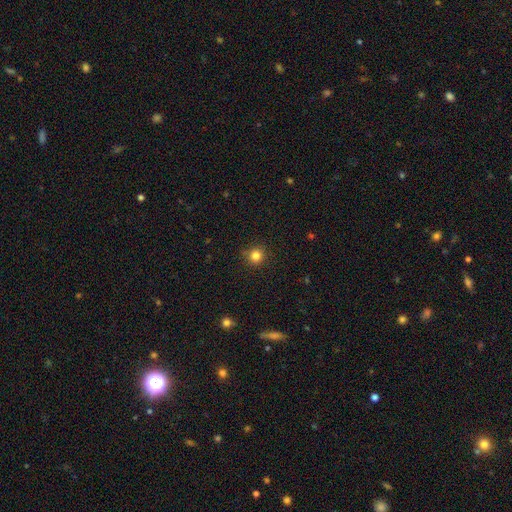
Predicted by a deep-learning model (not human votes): smooth 82%, star or artifact 13%, featured or disk 5%. Down the decision tree: how rounded — round (93%); merging — none (89%).